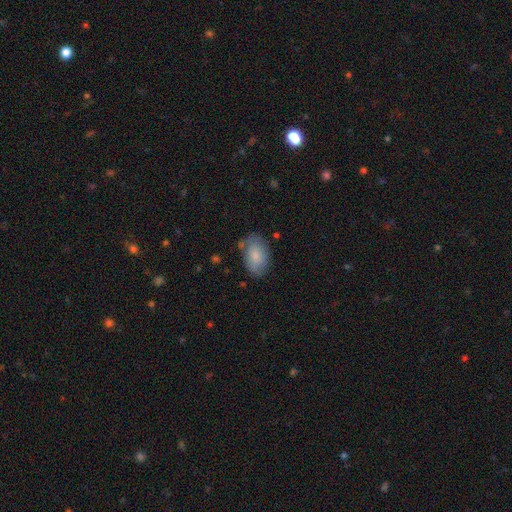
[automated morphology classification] type=smooth (79%); roundness=in between (91%); merging=none (71%).